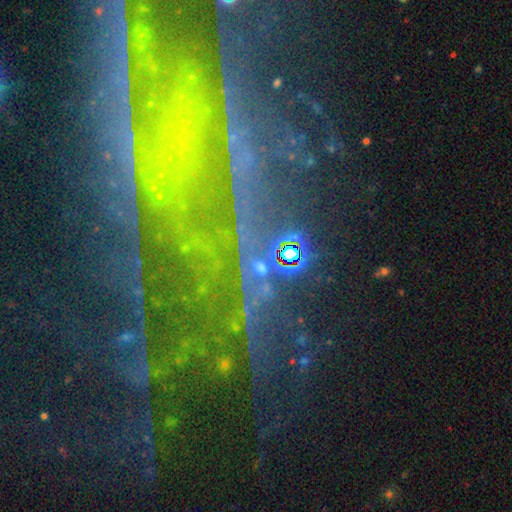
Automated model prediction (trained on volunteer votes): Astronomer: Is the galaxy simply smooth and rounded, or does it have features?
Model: star or artifact — 79%.